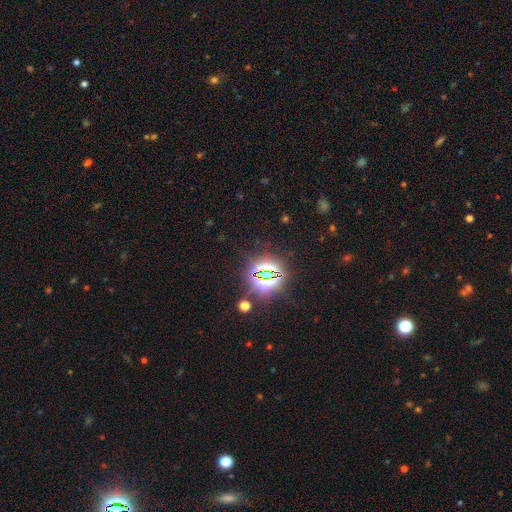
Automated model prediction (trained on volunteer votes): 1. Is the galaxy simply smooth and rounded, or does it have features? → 76% star or artifact, 18% smooth, 6% featured or disk.